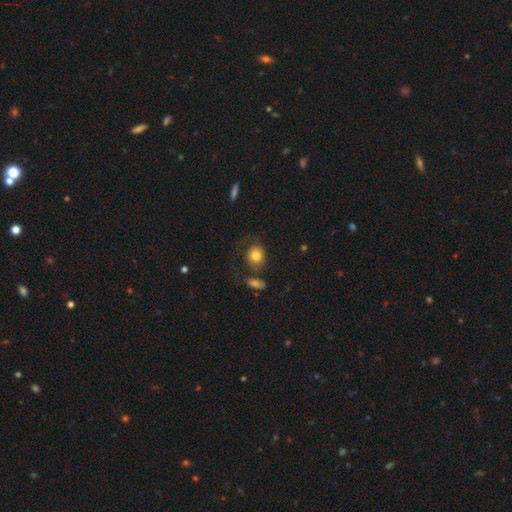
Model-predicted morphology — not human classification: A smooth galaxy with no disk features (80%) that is round (73%). Merging: none (60%).